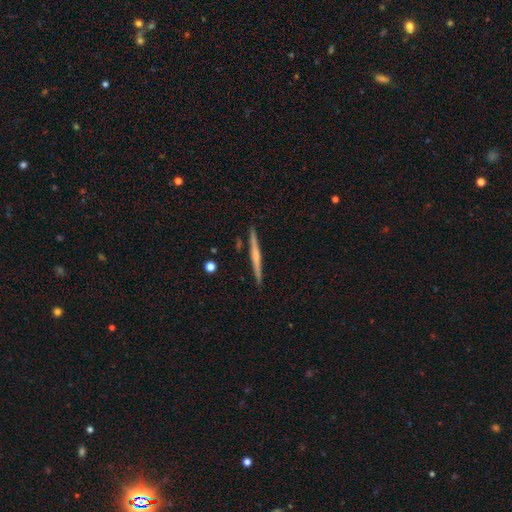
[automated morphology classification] This appears to be a featured or disk galaxy (61%) viewed edge-on (98%) with no central bulge (47%). Merging: none (91%).